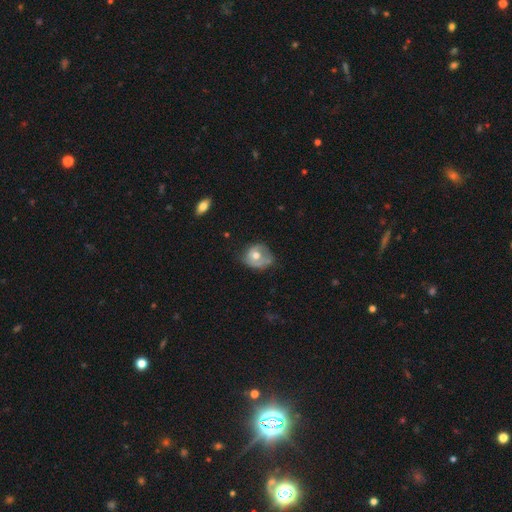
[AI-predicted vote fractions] Smooth or featured? Predicted: smooth (p=0.50). How rounded? Predicted: round (p=0.63). Merging? Predicted: none (p=0.39).